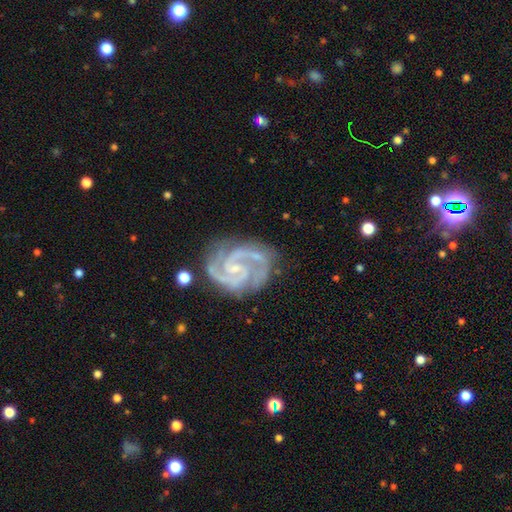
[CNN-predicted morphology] This appears to be a featured or disk galaxy (93%) with a weak bar (44%), 2 (56%) tight (51%) spiral arms (99%) and a small central bulge (75%). Merging: none (71%).